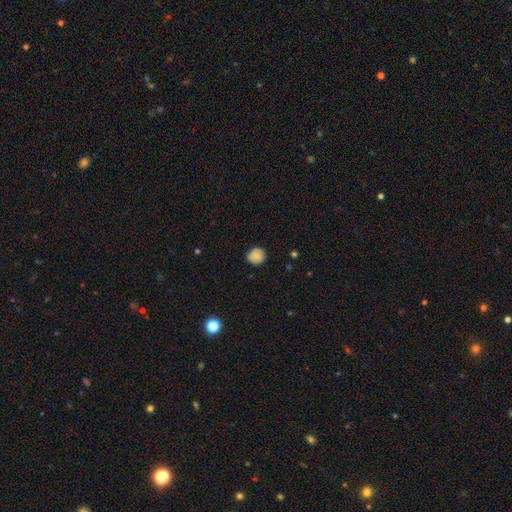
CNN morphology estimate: smooth_or_featured: smooth (p=0.80) [alt: featured or disk p=0.12]
how_rounded: round (p=0.90) [alt: in between p=0.09]
merging: none (p=0.83) [alt: minor disturbance p=0.13]